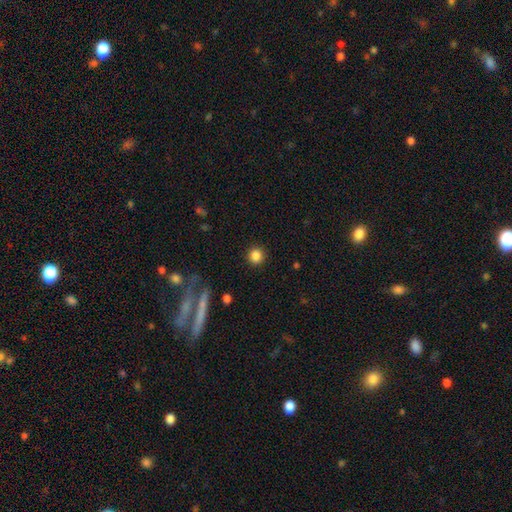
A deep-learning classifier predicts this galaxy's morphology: smooth 86%, star or artifact 10%, featured or disk 4%. Down the decision tree: how rounded — round (93%); merging — none (91%).